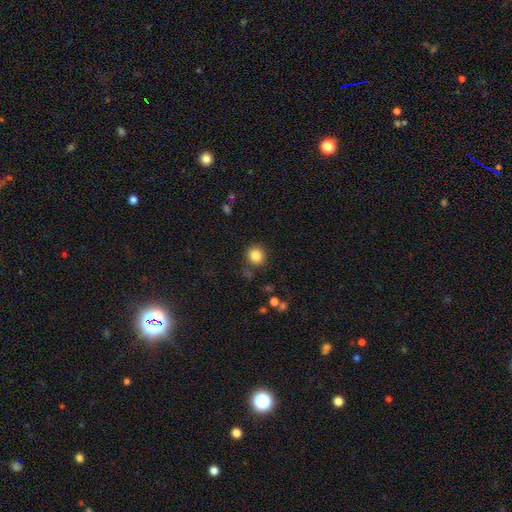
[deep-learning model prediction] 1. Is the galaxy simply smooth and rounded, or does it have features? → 84% smooth, 10% star or artifact, 5% featured or disk.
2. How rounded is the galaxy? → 88% round, 11% in between, 1% cigar-shaped.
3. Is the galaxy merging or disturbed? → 83% none, 10% minor disturbance, 4% merger, 3% major disturbance.